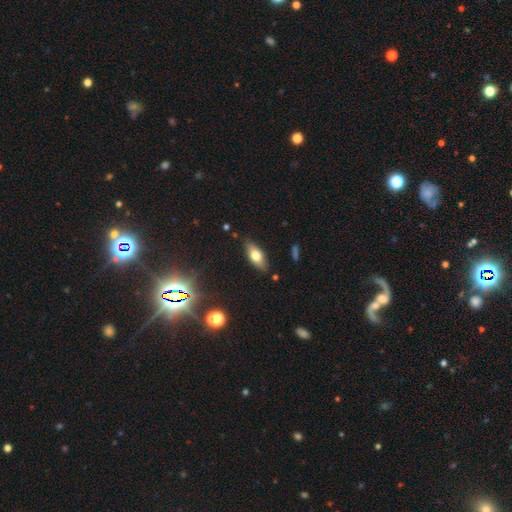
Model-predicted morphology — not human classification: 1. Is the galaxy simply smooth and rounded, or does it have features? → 68% smooth, 23% featured or disk, 9% star or artifact.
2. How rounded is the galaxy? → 81% in between, 15% cigar-shaped, 4% round.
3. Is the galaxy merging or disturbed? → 85% none, 12% minor disturbance, 2% major disturbance, 2% merger.